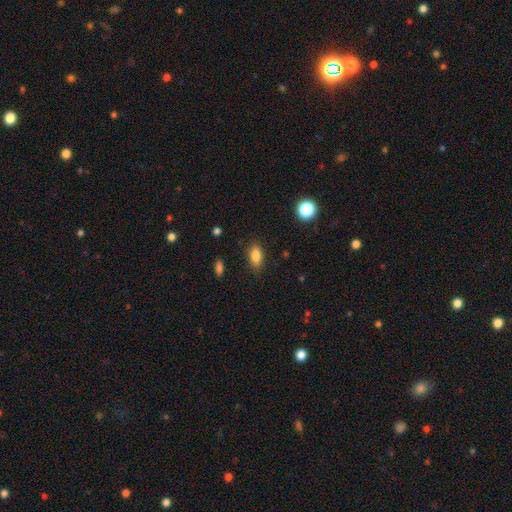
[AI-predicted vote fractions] The model was most divided on "merging": none: 83%, minor disturbance: 13%, major disturbance: 3%, merger: 1%. More confident: how rounded — in between (86%); smooth or featured — smooth (84%).